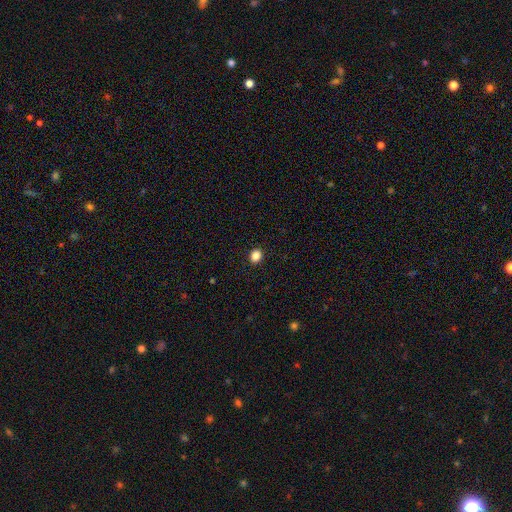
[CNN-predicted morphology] Smooth or featured: smooth — 86% (star or artifact — 11%)
How rounded: round — 52% (in between — 47%)
Merging: none — 91% (minor disturbance — 6%)